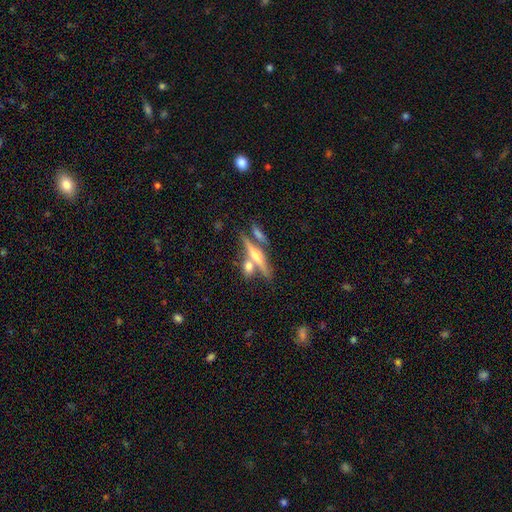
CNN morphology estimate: Smooth or featured? featured or disk (61%)
Edge-on disk? yes (91%)
Edge-on bulge? rounded (81%)
Merging? none (58%)